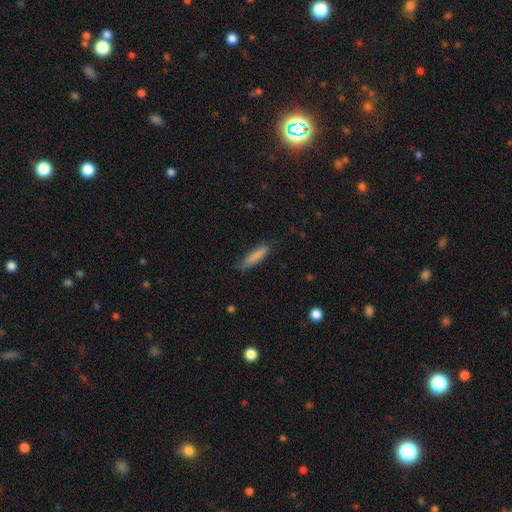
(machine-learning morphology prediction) smooth-or-featured: smooth: 83% | featured or disk: 10% | star or artifact: 7%
  how-rounded: cigar-shaped: 73% | in between: 25% | round: 1%
  merging: none: 73% | minor disturbance: 22% | major disturbance: 4% | merger: 2%